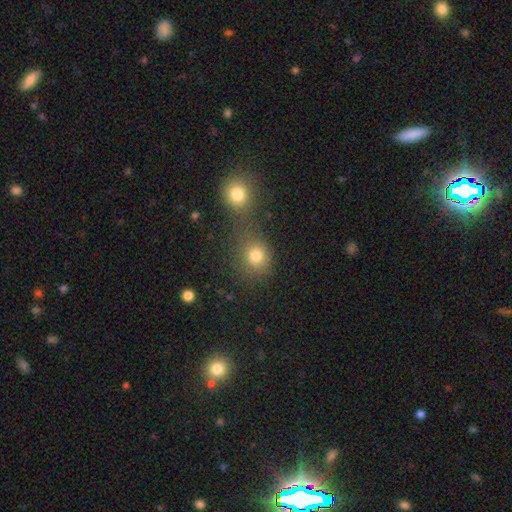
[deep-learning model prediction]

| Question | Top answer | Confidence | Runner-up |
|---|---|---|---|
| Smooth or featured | smooth | 78% | star or artifact (15%) |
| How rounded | round | 80% | in between (18%) |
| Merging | none | 53% | merger (34%) |